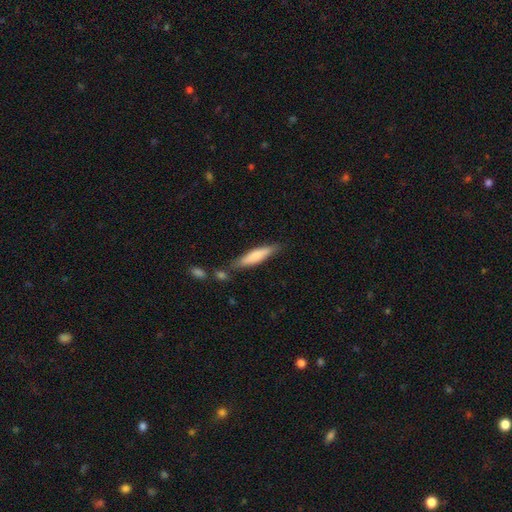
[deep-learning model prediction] A smooth galaxy with no disk features (71%) that is cigar-shaped (78%).

Vote fractions:
- Smooth or featured? smooth: 71% / featured or disk: 24% / star or artifact: 5%
- How rounded? cigar-shaped: 78% / in between: 21% / round: 1%
- Merging? none: 71% / minor disturbance: 17% / merger: 8% / major disturbance: 4%